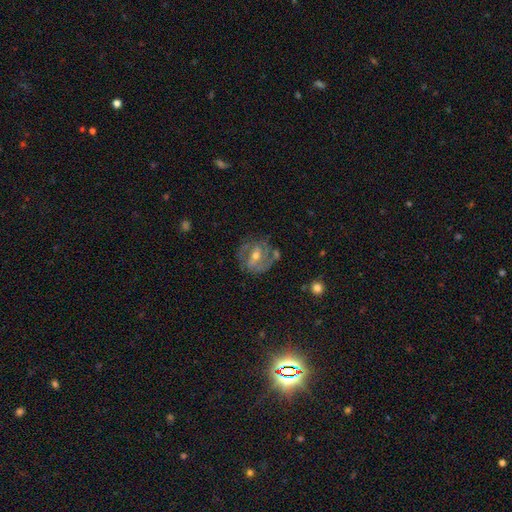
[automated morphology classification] Q: Smooth or featured?
A: featured or disk (76%); runner-up: smooth (17%)
Q: Edge-on disk?
A: no (96%); runner-up: yes (4%)
Q: Bar?
A: weak (45%); runner-up: strong (32%)
Q: Spiral arms?
A: yes (81%); runner-up: no (19%)
Q: Spiral winding?
A: medium (42%); tied with: tight (42%)
Q: Spiral arm count?
A: 2 (57%); runner-up: can't tell (22%)
Q: Bulge size?
A: moderate (60%); runner-up: small (35%)
Q: Merging?
A: none (64%); runner-up: minor disturbance (20%)